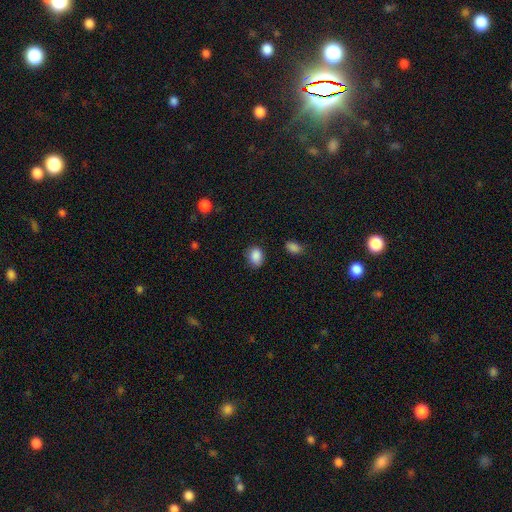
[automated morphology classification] This appears to be a smooth galaxy with no disk features (88%) that is in between round and cigar-shaped (67%). Merging: none (77%).